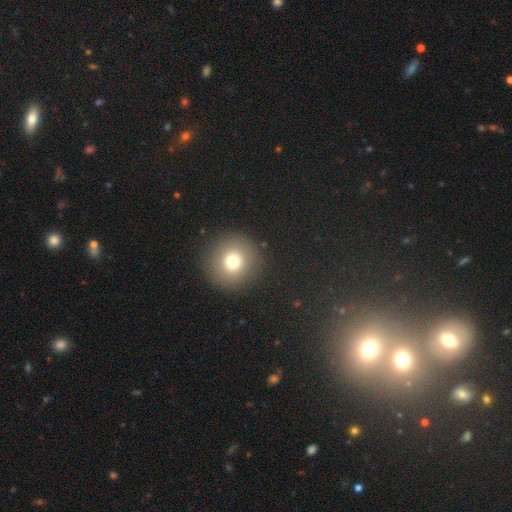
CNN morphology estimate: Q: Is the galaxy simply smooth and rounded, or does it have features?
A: smooth — 55%.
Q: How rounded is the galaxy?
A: round — 91%.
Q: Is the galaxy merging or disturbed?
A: none — 84%.